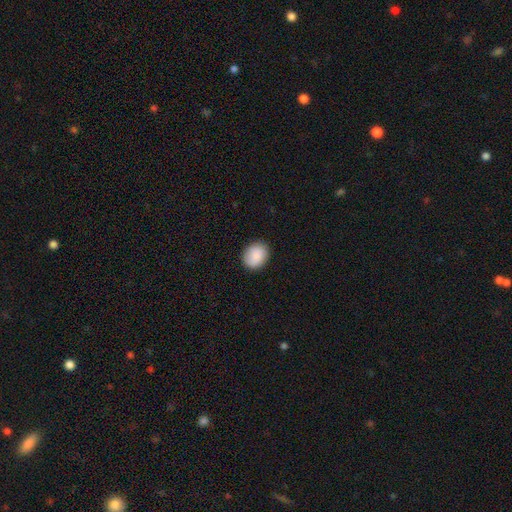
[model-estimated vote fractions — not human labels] This is clearly a smooth galaxy (87%). How rounded: possibly round (51%). Merging: clearly none (87%).